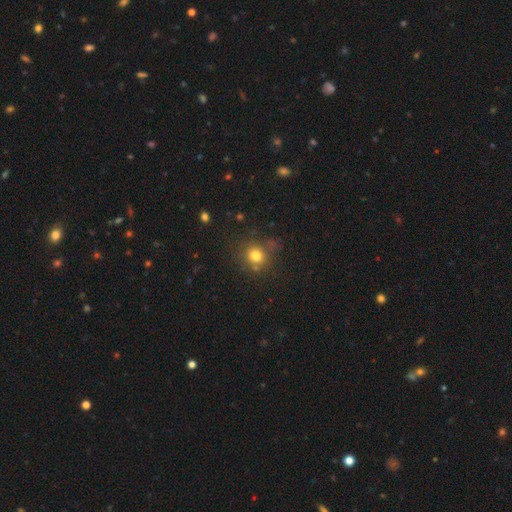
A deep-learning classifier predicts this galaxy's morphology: Smooth or featured: smooth — 76% (star or artifact — 15%)
How rounded: round — 85% (in between — 14%)
Merging: none — 74% (minor disturbance — 15%)